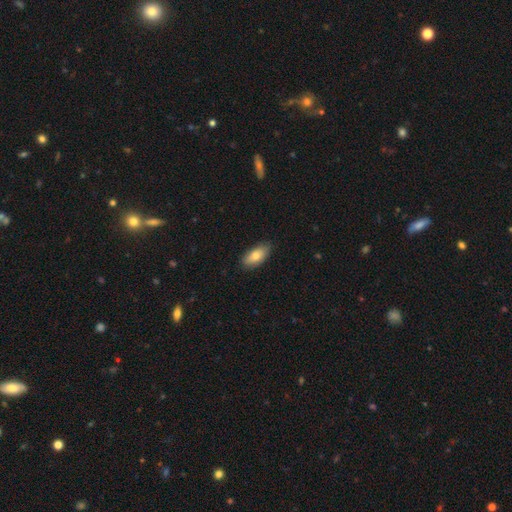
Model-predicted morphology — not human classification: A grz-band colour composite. It shows a smooth galaxy with no disk features (79%) that is in between round and cigar-shaped (90%). Merging: none (83%).